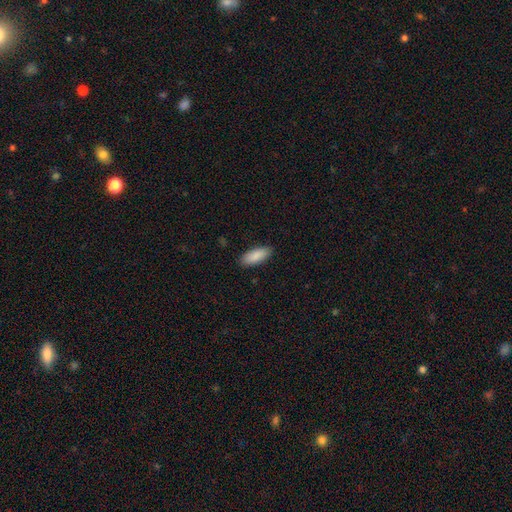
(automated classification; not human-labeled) This is clearly a smooth galaxy (90%). How rounded: likely in between (78%). Merging: clearly none (88%).